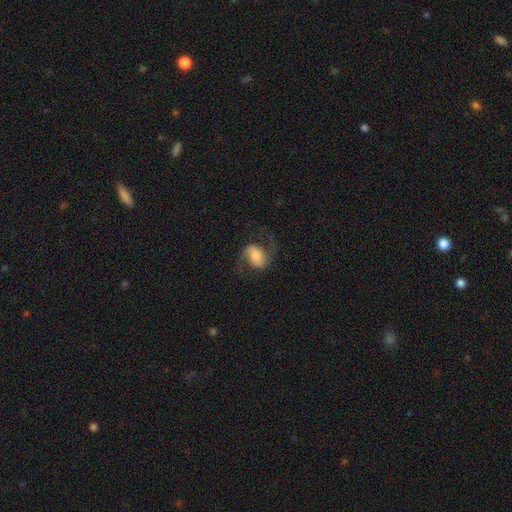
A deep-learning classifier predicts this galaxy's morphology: Smooth or featured: featured or disk — 65% (smooth — 27%)
Edge-on disk: no — 97% (yes — 3%)
Bar: weak — 38% (no — 34%)
Spiral arms: yes — 93% (no — 7%)
Spiral winding: loose — 57% (medium — 35%)
Spiral arm count: 2 — 92% (1 — 3%)
Bulge size: moderate — 32% (large — 27%)
Merging: none — 68% (minor disturbance — 17%)